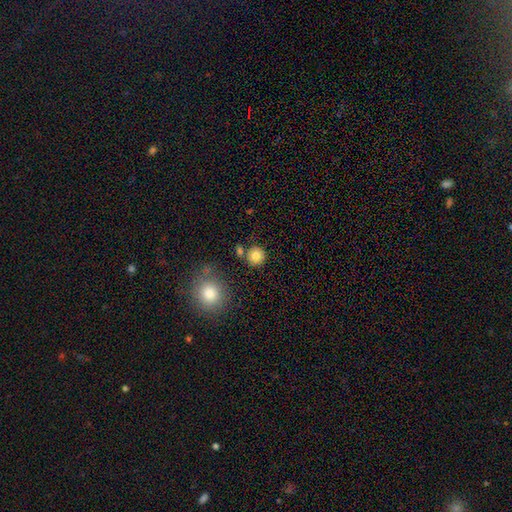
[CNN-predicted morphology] This is clearly a smooth galaxy (82%). How rounded: clearly round (94%). Merging: clearly none (80%).